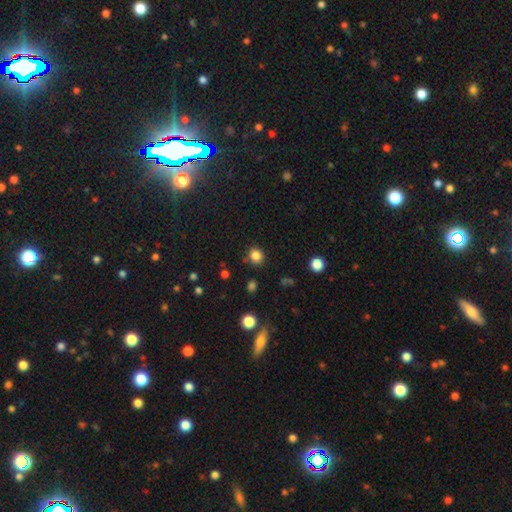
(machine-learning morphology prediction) smooth 83%, star or artifact 13%, featured or disk 4%. Down the decision tree: how rounded — round (82%); merging — none (86%).